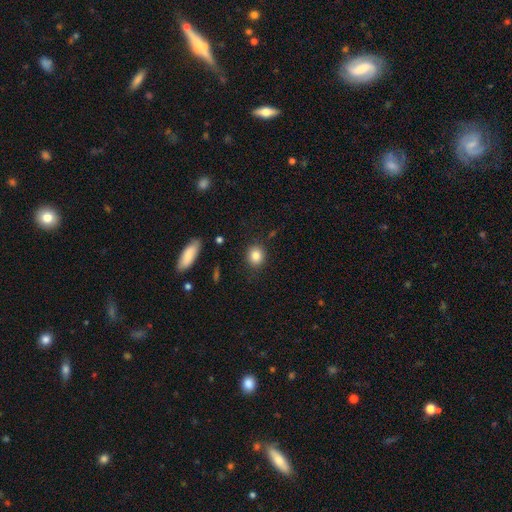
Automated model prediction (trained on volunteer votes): Smooth or featured? smooth (84%)
How rounded? round (78%)
Merging? none (87%)